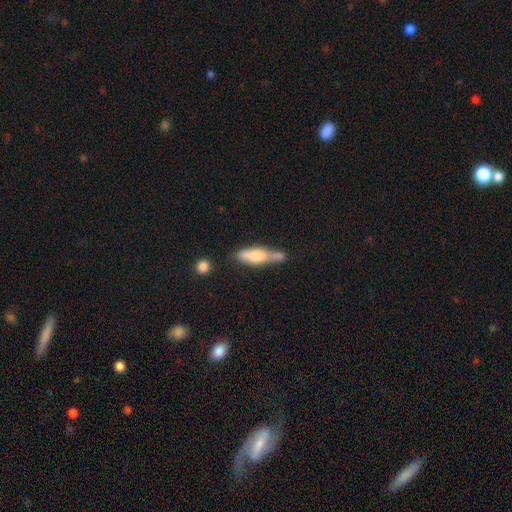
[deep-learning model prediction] Smooth or featured?
  - smooth: 53% *
  - featured or disk: 40%
  - star or artifact: 7%
How rounded?
  - cigar-shaped: 62% *
  - in between: 36%
  - round: 3%
Merging?
  - none: 51% *
  - minor disturbance: 22%
  - merger: 19%
  - major disturbance: 7%